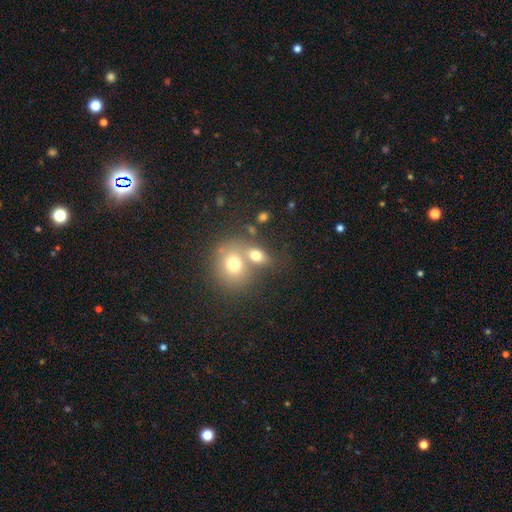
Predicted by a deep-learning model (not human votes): The model was most divided on "how rounded": in between: 58%, round: 40%, cigar-shaped: 2%. More confident: smooth or featured — smooth (71%); merging — merger (52%).